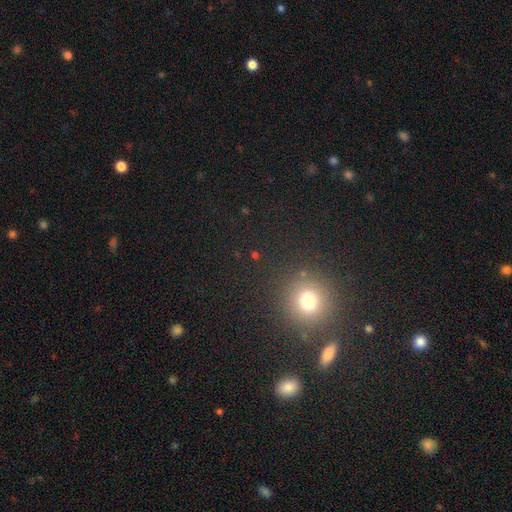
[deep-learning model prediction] smooth 54%, star or artifact 38%, featured or disk 8%. Down the decision tree: how rounded — round (89%); merging — none (87%).